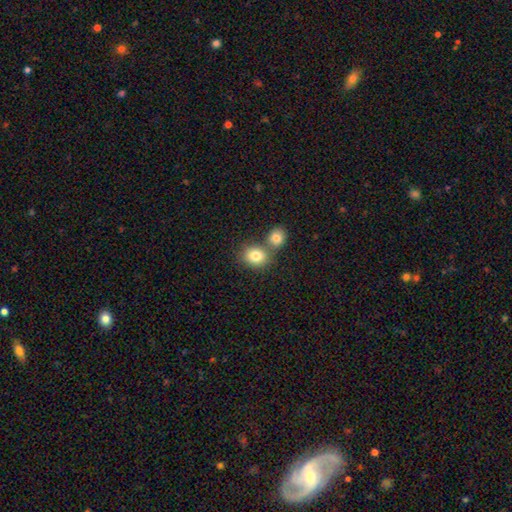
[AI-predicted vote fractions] Morphology: type=smooth (81%); roundness=round (59%); merging=none (48%).